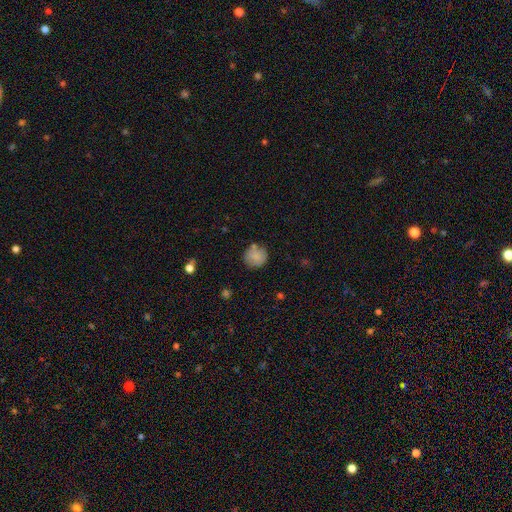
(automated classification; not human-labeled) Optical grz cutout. It shows a smooth galaxy with no disk features (83%) that is round (92%). Merging: none (77%).